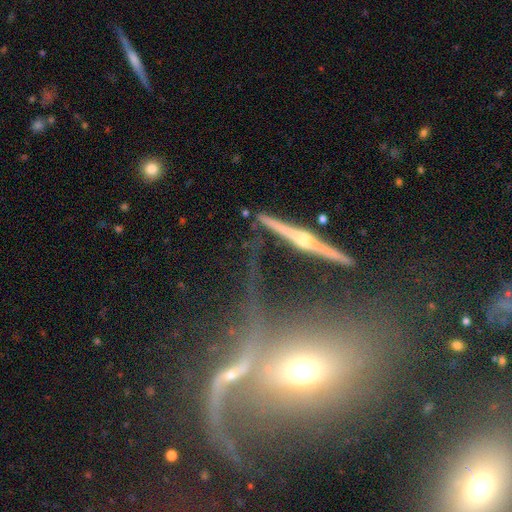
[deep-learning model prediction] A featured or disk galaxy (79%) viewed edge-on (89%) with a rounded central bulge (85%). Merging: none (68%).